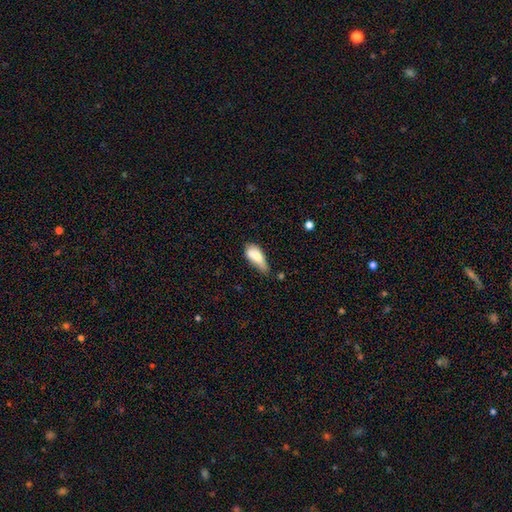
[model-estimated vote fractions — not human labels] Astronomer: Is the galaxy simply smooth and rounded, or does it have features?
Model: smooth — 74%.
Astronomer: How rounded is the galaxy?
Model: in between — 76%.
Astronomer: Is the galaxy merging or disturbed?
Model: minor disturbance — 42% (runner-up: none, 29%).